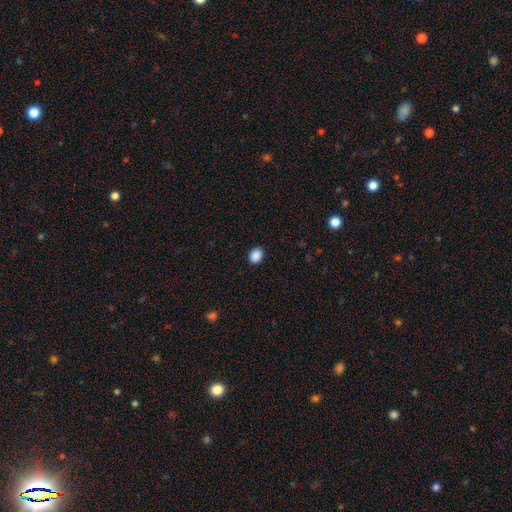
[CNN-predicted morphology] This appears to be a smooth galaxy with no disk features (89%) that is round (51%). Merging: none (90%).